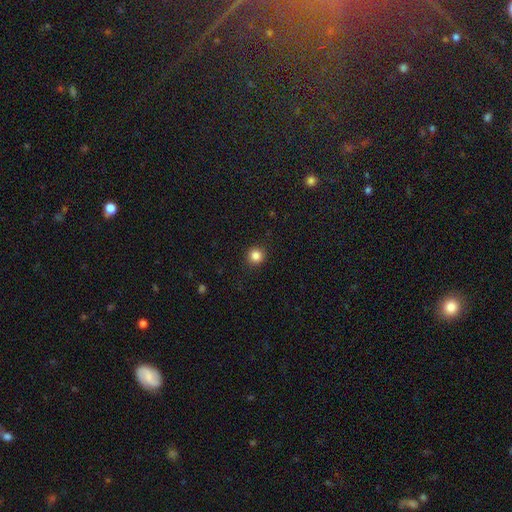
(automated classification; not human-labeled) A smooth galaxy with no disk features (84%) that is round (94%). Merging: none (92%).